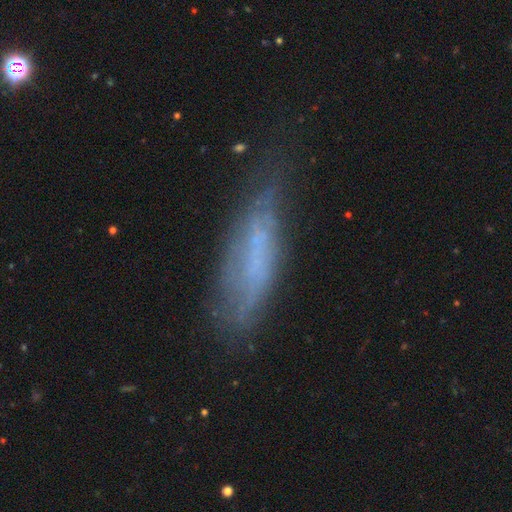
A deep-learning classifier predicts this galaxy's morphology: The model was most divided on "smooth or featured": featured or disk: 49%, smooth: 40%, star or artifact: 11%. More confident: merging — none (53%).